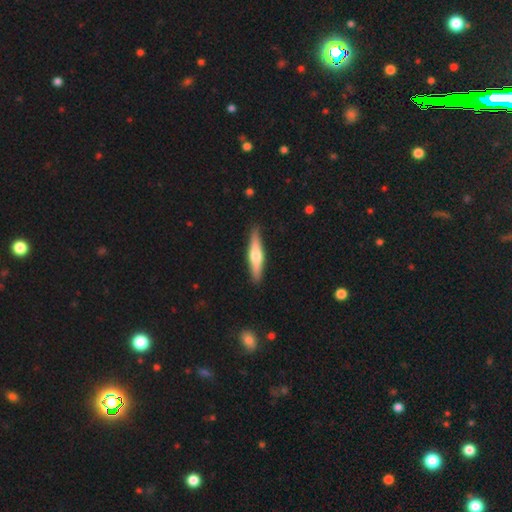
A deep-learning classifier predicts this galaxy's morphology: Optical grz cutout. It shows a featured or disk galaxy (51%) viewed edge-on (94%). Merging: none (89%).